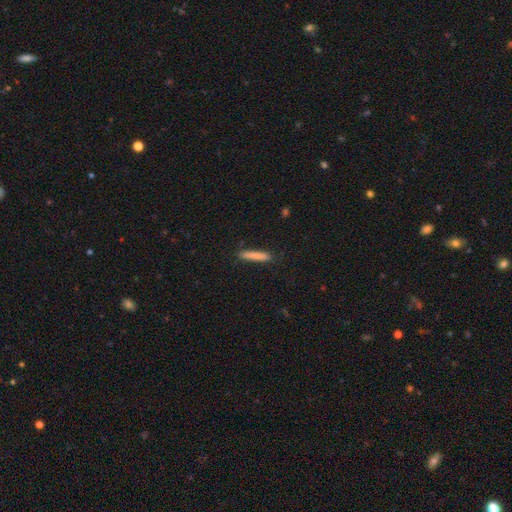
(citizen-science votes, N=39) Smooth or featured? 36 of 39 (92%) said smooth. How rounded? 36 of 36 (100%) said cigar-shaped. Merging? 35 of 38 (92%) said none.